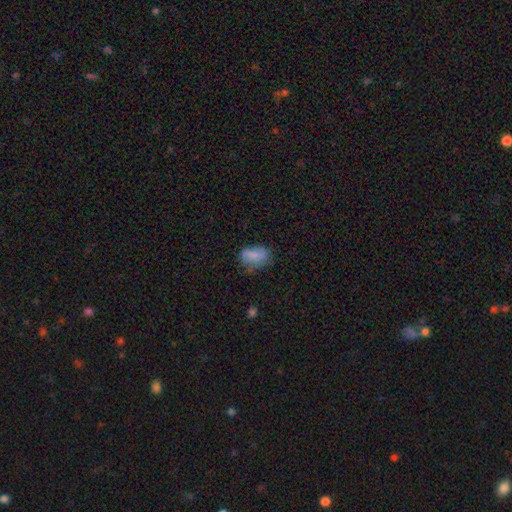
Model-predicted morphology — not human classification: smooth-or-featured: smooth: 75% | featured or disk: 15% | star or artifact: 9%
  how-rounded: in between: 87% | round: 11% | cigar-shaped: 2%
  merging: none: 53% | minor disturbance: 31% | major disturbance: 13% | merger: 3%